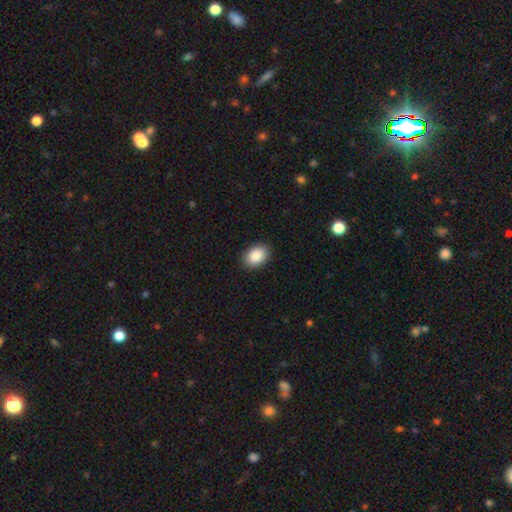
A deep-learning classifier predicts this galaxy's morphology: The model was most divided on "how rounded": in between: 77%, round: 22%, cigar-shaped: 1%. More confident: merging — none (90%); smooth or featured — smooth (88%).